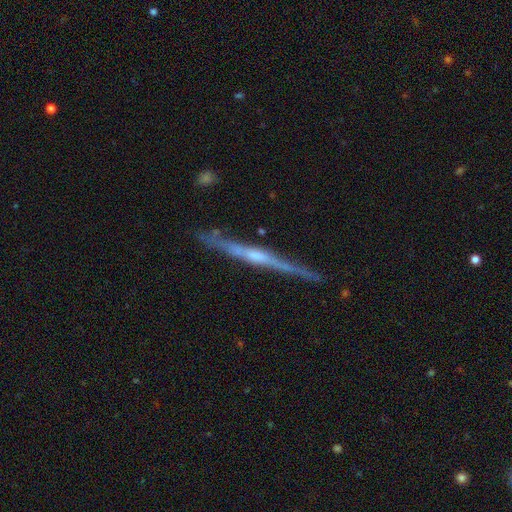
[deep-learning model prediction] A featured or disk galaxy (79%) viewed edge-on (97%) with a rounded central bulge (53%). Merging: none (81%).